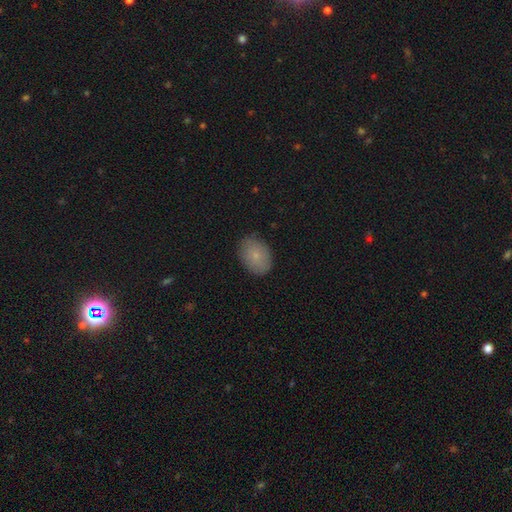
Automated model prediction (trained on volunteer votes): smooth 80%, featured or disk 12%, star or artifact 8%. Down the decision tree: how rounded — in between (77%); merging — none (85%).